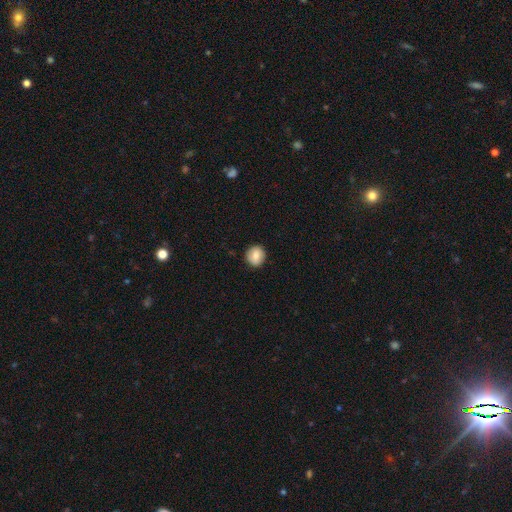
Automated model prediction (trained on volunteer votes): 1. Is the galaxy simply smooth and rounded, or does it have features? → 80% smooth, 12% featured or disk, 8% star or artifact.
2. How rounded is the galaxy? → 91% round, 8% in between, 1% cigar-shaped.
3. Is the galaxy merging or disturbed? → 90% none, 7% minor disturbance, 2% major disturbance, 1% merger.